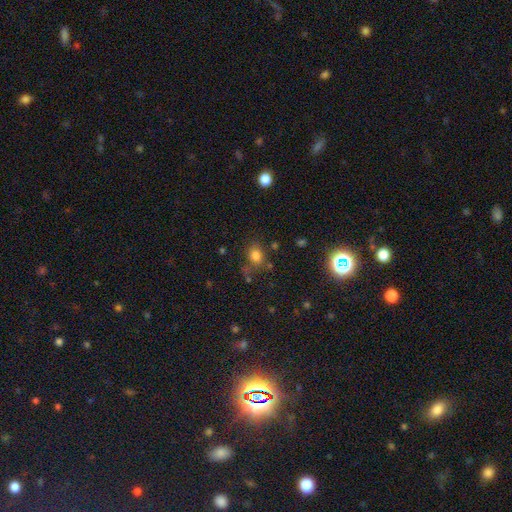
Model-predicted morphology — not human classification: The model was most divided on "how rounded": round: 57%, in between: 41%, cigar-shaped: 1%. More confident: smooth or featured — smooth (77%); merging — none (67%).